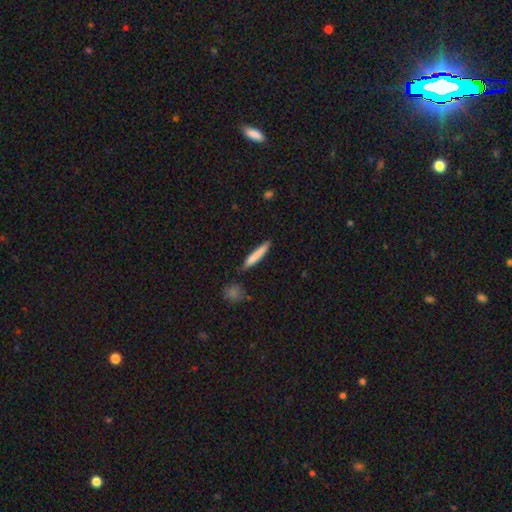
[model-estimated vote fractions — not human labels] A smooth galaxy with no disk features (79%) that is cigar-shaped (94%).

Vote fractions:
- Smooth or featured? smooth: 79% / featured or disk: 16% / star or artifact: 6%
- How rounded? cigar-shaped: 94% / in between: 5% / round: 1%
- Merging? none: 83% / minor disturbance: 11% / merger: 3% / major disturbance: 2%